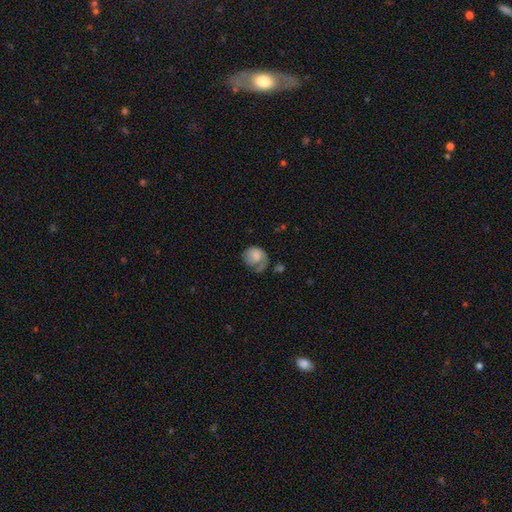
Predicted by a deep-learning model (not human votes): Q: Smooth or featured?
A: smooth (55%); runner-up: featured or disk (38%)
Q: How rounded?
A: round (63%); runner-up: in between (36%)
Q: Merging?
A: none (36%); runner-up: major disturbance (32%)